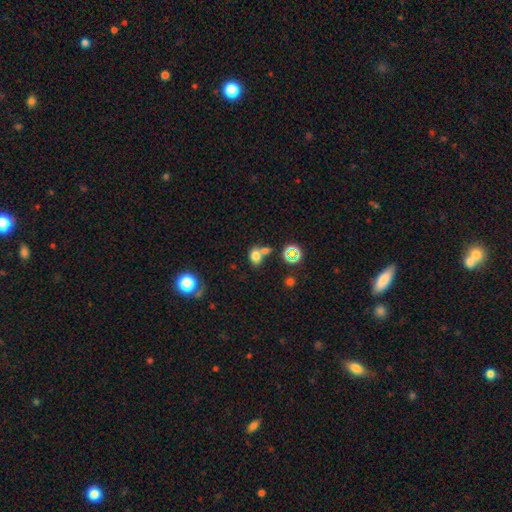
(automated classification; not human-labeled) Smooth or featured? Predicted: smooth (p=0.74). How rounded? Predicted: in between (p=0.59). Merging? Predicted: none (p=0.43).